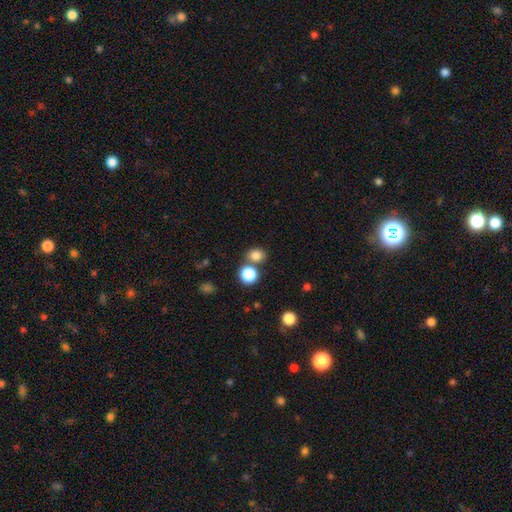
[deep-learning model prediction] smooth_or_featured: smooth (p=0.81) [alt: star or artifact p=0.14]
how_rounded: round (p=0.65) [alt: in between p=0.34]
merging: none (p=0.67) [alt: merger p=0.20]